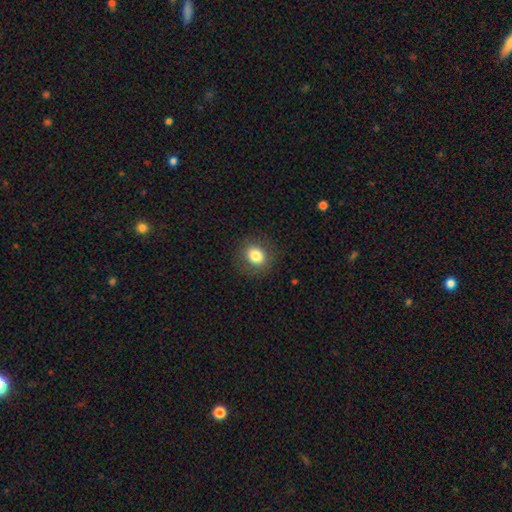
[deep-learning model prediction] This appears to be a smooth galaxy with no disk features (80%) that is round (75%). Merging: none (88%).